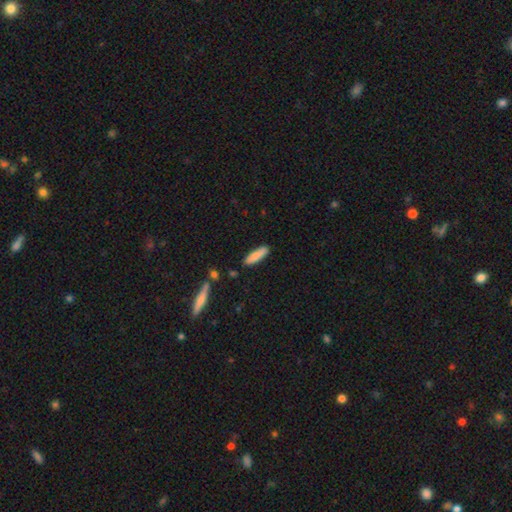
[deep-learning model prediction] smooth-or-featured: smooth: 85% | featured or disk: 9% | star or artifact: 6%
  how-rounded: cigar-shaped: 69% | in between: 30% | round: 1%
  merging: none: 85% | minor disturbance: 10% | merger: 3% | major disturbance: 2%